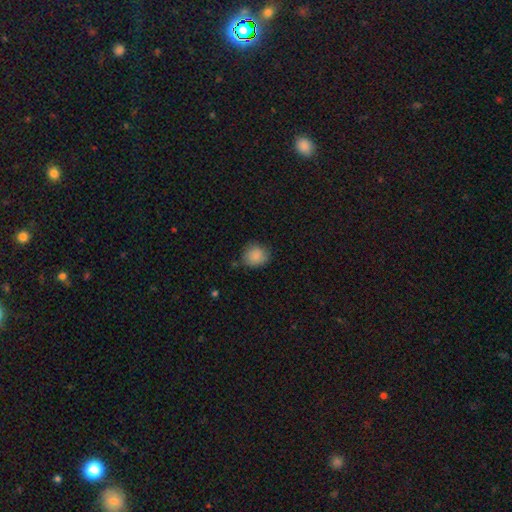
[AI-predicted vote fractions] This appears to be a smooth galaxy with no disk features (86%) that is round (77%). Merging: none (72%).